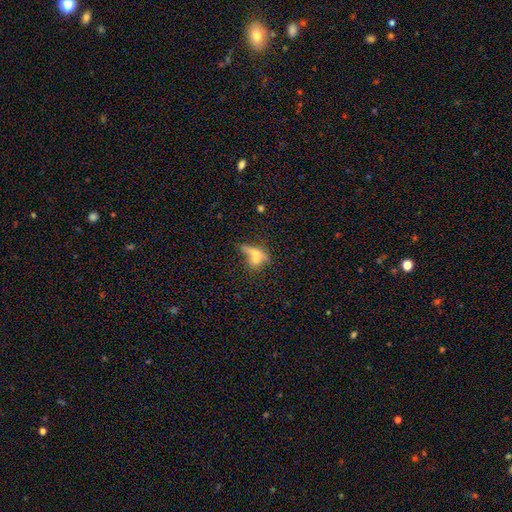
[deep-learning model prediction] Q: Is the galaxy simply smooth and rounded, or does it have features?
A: smooth — 61%.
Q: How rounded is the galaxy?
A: in between — 53%.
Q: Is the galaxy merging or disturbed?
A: merger — 44%.